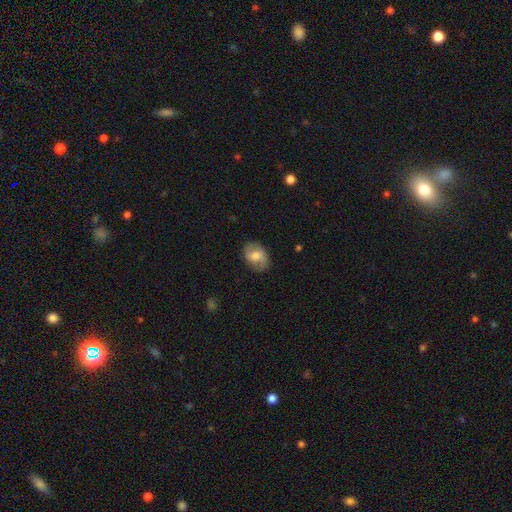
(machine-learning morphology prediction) smooth_or_featured: smooth (p=0.52) [alt: featured or disk p=0.40]
how_rounded: in between (p=0.76) [alt: round p=0.23]
merging: none (p=0.78) [alt: minor disturbance p=0.16]